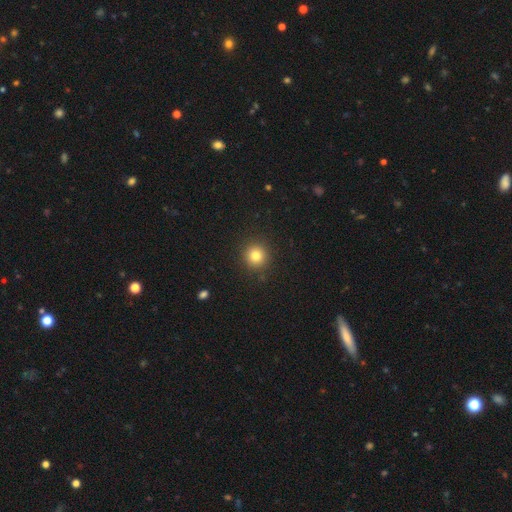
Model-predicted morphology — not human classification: Smooth or featured?
  - smooth: 82% *
  - star or artifact: 12%
  - featured or disk: 7%
How rounded?
  - round: 94% *
  - in between: 5%
  - cigar-shaped: 1%
Merging?
  - none: 91% *
  - minor disturbance: 6%
  - major disturbance: 2%
  - merger: 1%